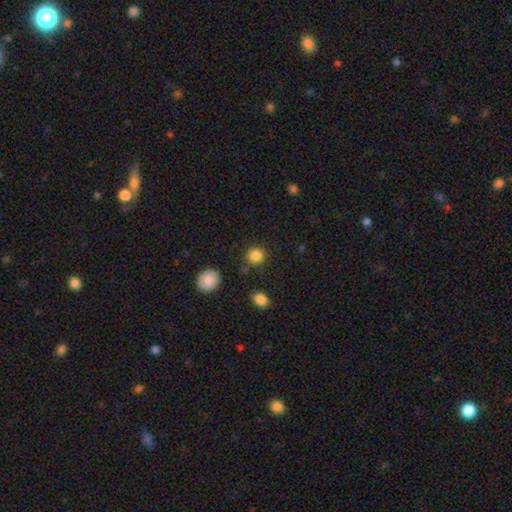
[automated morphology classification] A smooth galaxy with no disk features (86%) that is round (91%). Merging: none (86%).